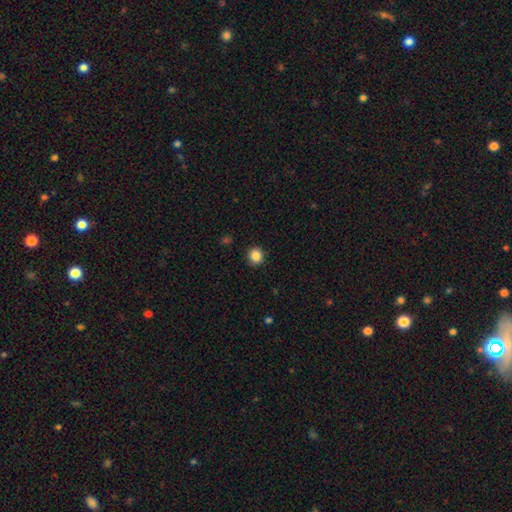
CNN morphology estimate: smooth-or-featured: smooth: 86% | star or artifact: 10% | featured or disk: 3%
  how-rounded: round: 90% | in between: 9% | cigar-shaped: 1%
  merging: none: 91% | minor disturbance: 6% | major disturbance: 2% | merger: 1%